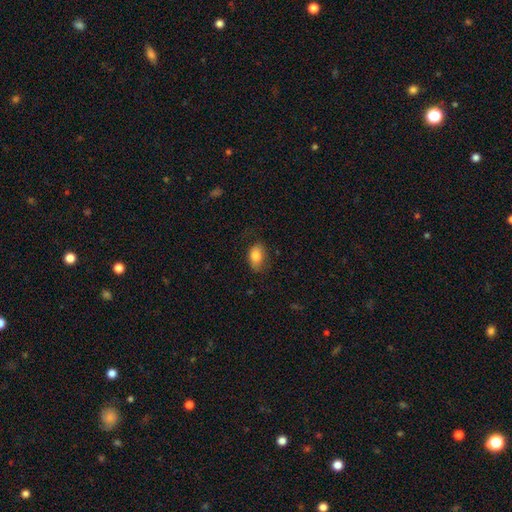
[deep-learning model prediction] Smooth or featured?
  - smooth: 81% *
  - featured or disk: 11%
  - star or artifact: 8%
How rounded?
  - in between: 86% *
  - round: 13%
  - cigar-shaped: 2%
Merging?
  - none: 65% *
  - minor disturbance: 25%
  - major disturbance: 9%
  - merger: 1%